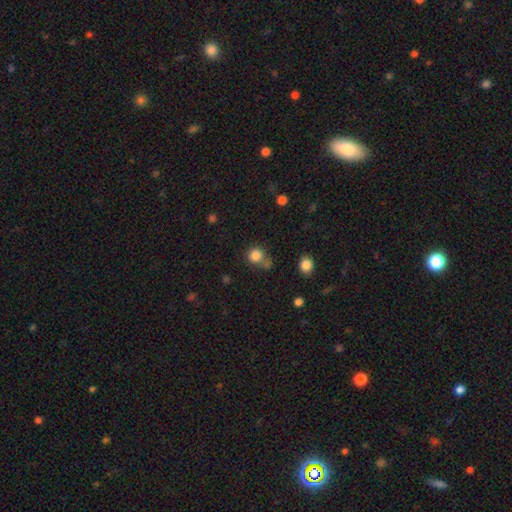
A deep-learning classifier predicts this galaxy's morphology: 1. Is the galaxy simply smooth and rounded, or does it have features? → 83% smooth, 12% star or artifact, 5% featured or disk.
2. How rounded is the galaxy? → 88% round, 11% in between, 1% cigar-shaped.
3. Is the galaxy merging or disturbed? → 60% none, 21% merger, 13% minor disturbance, 6% major disturbance.